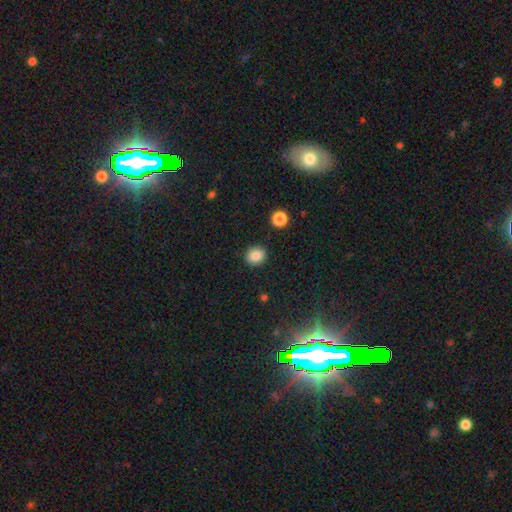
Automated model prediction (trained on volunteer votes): Morphology: type=smooth (85%); roundness=round (78%); merging=none (90%).